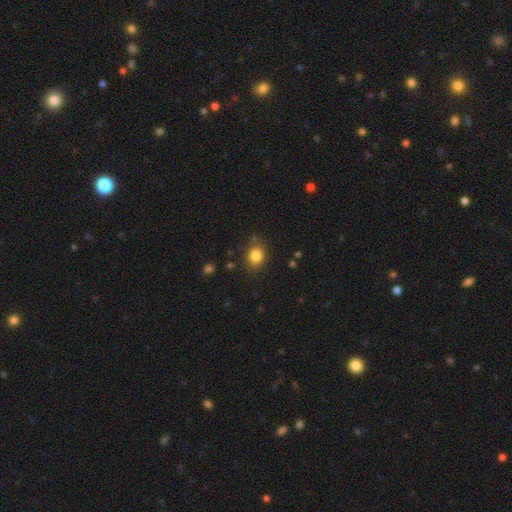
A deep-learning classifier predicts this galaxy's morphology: type=smooth (83%); roundness=round (53%); merging=none (82%).